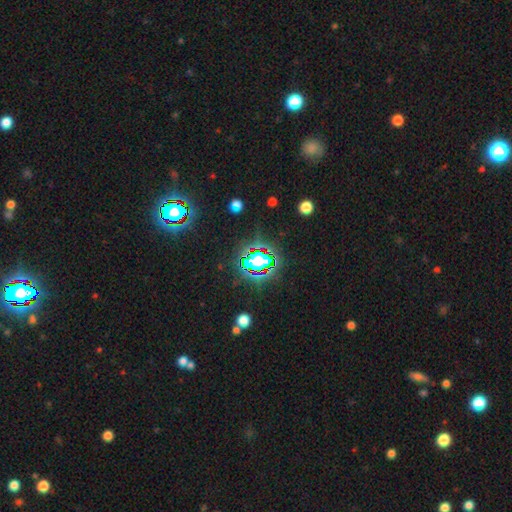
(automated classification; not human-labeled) A star or artifact, not a galaxy (72%).